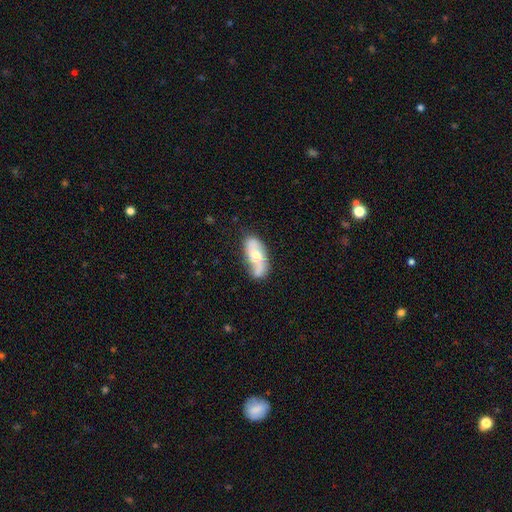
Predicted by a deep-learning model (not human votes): Smooth or featured? featured or disk (55%)
Edge-on disk? no (85%)
Merging? none (63%)